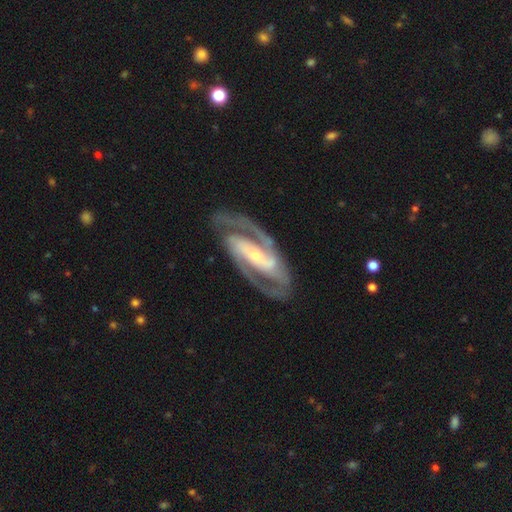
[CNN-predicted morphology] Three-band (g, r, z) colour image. It shows a featured or disk galaxy (92%) with a strong bar (63%), 2 (91%) medium (50%) spiral arms (97%) and a small central bulge (63%). Merging: none (81%).